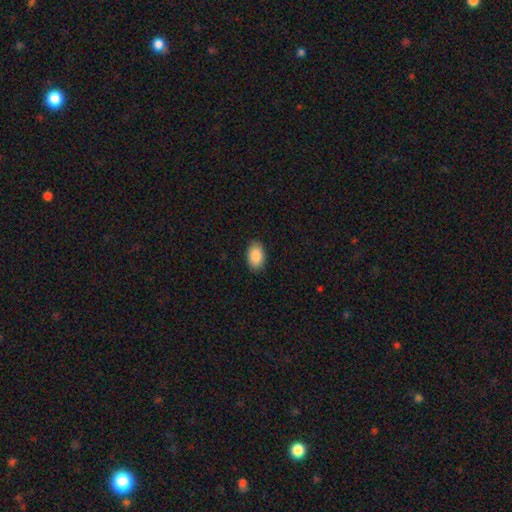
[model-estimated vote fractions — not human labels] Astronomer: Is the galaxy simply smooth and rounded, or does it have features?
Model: smooth — 88%.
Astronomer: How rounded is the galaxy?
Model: in between — 91%.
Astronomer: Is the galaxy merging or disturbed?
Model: none — 88%.